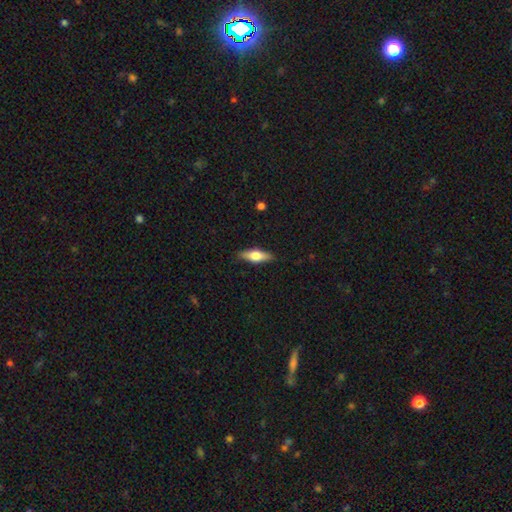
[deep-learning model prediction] smooth-or-featured: smooth: 55% | featured or disk: 39% | star or artifact: 6%
  how-rounded: in between: 55% | cigar-shaped: 42% | round: 3%
  merging: none: 87% | minor disturbance: 10% | major disturbance: 2% | merger: 1%